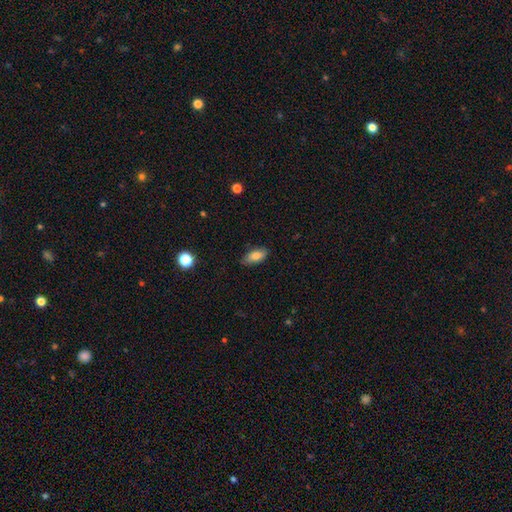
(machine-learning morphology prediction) Smooth or featured?
  - smooth: 81% *
  - featured or disk: 12%
  - star or artifact: 7%
How rounded?
  - in between: 88% *
  - cigar-shaped: 9%
  - round: 3%
Merging?
  - none: 83% *
  - minor disturbance: 13%
  - major disturbance: 2%
  - merger: 1%